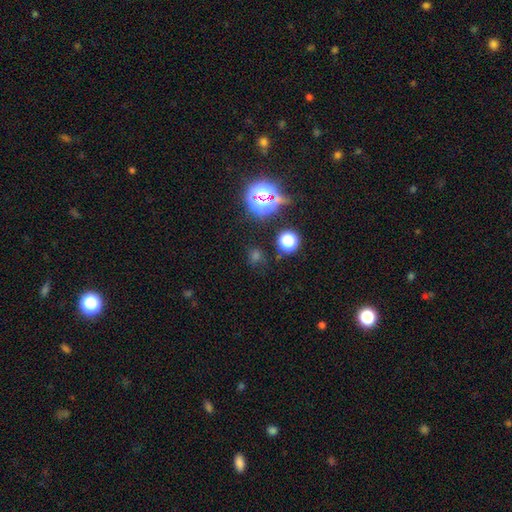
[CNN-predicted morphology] Smooth or featured? Predicted: star or artifact (p=0.50).